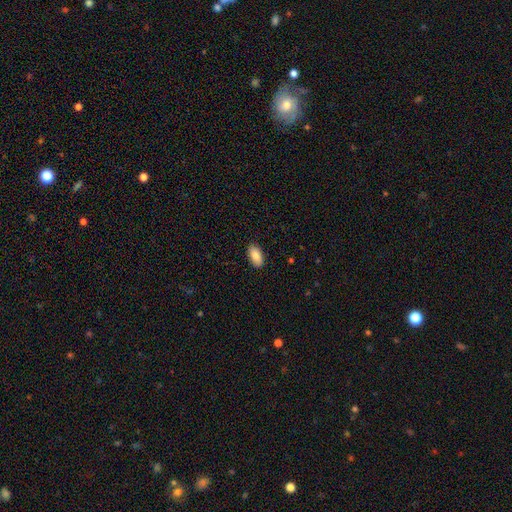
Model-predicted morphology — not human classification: Smooth or featured? Predicted: smooth (p=0.87). How rounded? Predicted: in between (p=0.93). Merging? Predicted: none (p=0.89).